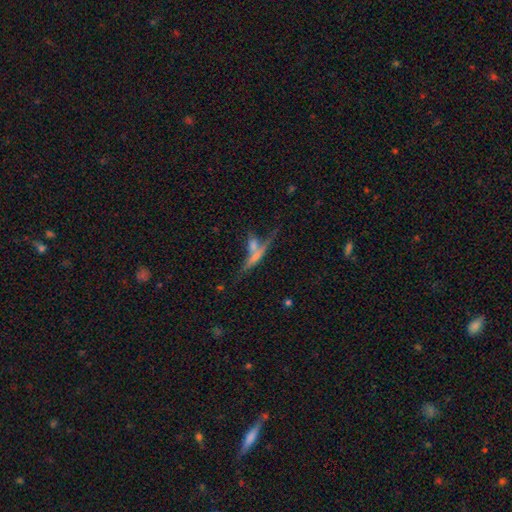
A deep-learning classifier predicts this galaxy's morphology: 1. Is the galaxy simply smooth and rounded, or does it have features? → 48% featured or disk, 42% smooth, 10% star or artifact.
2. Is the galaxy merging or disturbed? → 42% merger, 39% none, 11% minor disturbance, 8% major disturbance.